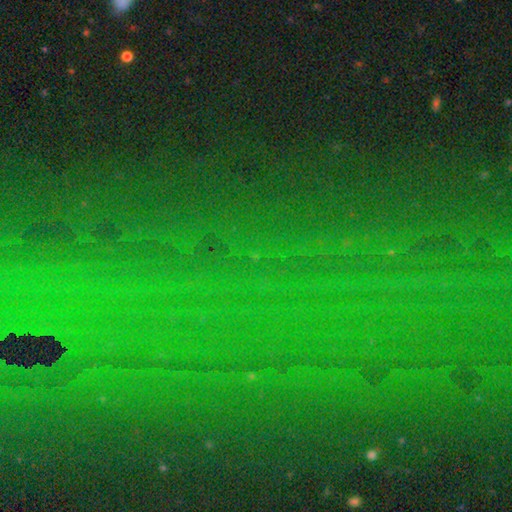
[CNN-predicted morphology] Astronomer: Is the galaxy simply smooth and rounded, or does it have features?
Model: star or artifact — 78%.